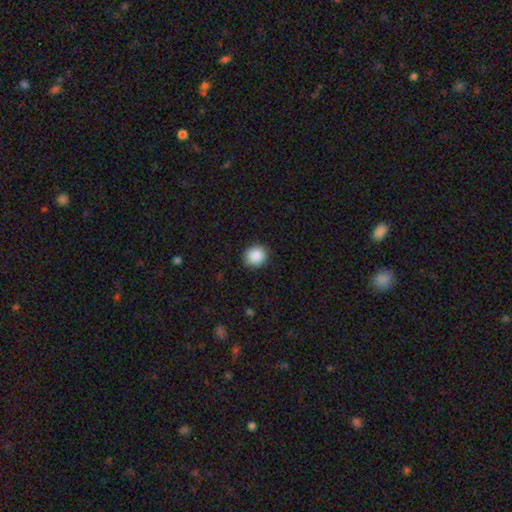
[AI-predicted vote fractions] smooth-or-featured: smooth: 88% | star or artifact: 8% | featured or disk: 4%
  how-rounded: round: 84% | in between: 15% | cigar-shaped: 1%
  merging: none: 91% | minor disturbance: 7% | major disturbance: 2% | merger: 1%